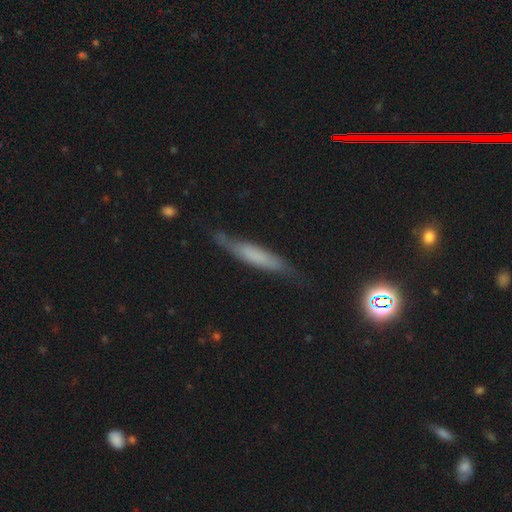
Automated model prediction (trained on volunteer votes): Overall: smooth (51%; featured or disk 40%). How rounded: cigar-shaped (86%). Merging: none (68%).